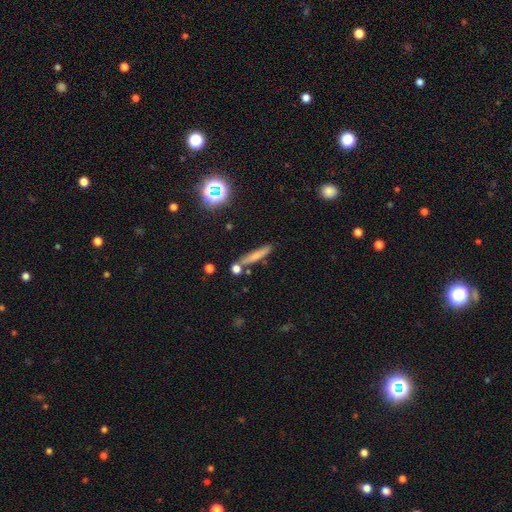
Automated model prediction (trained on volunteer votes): A smooth galaxy with no disk features (65%) that is cigar-shaped (88%). Merging: none (76%).